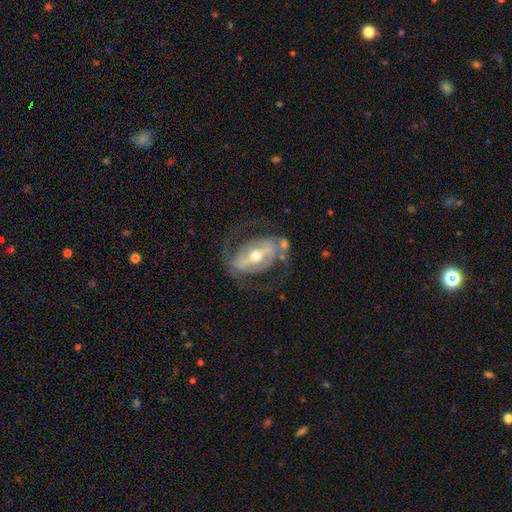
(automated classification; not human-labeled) Q: Smooth or featured?
A: featured or disk (84%); runner-up: smooth (10%)
Q: Edge-on disk?
A: no (94%); runner-up: yes (6%)
Q: Bar?
A: strong (58%); runner-up: weak (28%)
Q: Spiral arms?
A: yes (85%); runner-up: no (15%)
Q: Spiral winding?
A: medium (48%); runner-up: tight (26%)
Q: Spiral arm count?
A: 2 (86%); runner-up: can't tell (8%)
Q: Bulge size?
A: moderate (66%); runner-up: small (27%)
Q: Merging?
A: none (65%); runner-up: minor disturbance (16%)